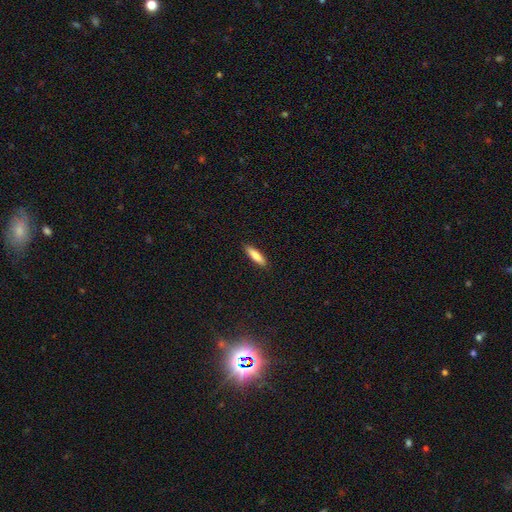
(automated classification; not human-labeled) This is likely a smooth galaxy (79%). How rounded: likely cigar-shaped (66%). Merging: clearly none (90%).